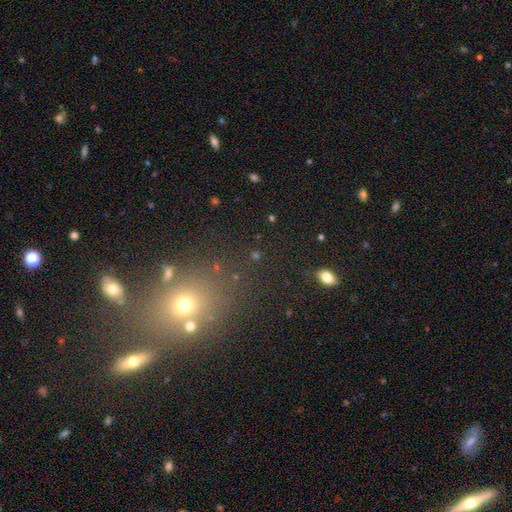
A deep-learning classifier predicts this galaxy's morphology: Overall: smooth (55%; star or artifact 33%). How rounded: round (58%; in between 38%). Merging: none (78%).